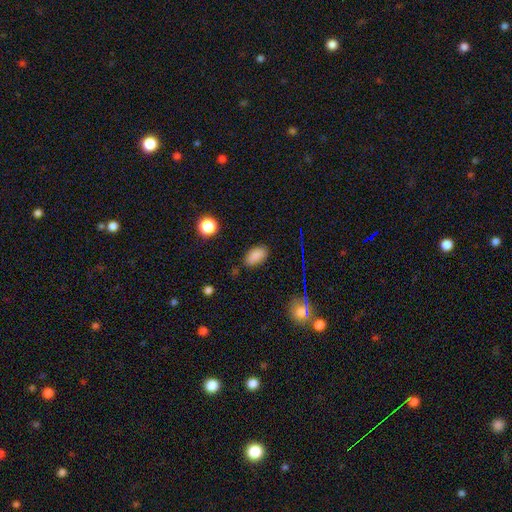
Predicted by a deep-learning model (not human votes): Q: Smooth or featured?
A: smooth (83%); runner-up: star or artifact (12%)
Q: How rounded?
A: in between (91%); runner-up: round (5%)
Q: Merging?
A: none (81%); runner-up: minor disturbance (14%)